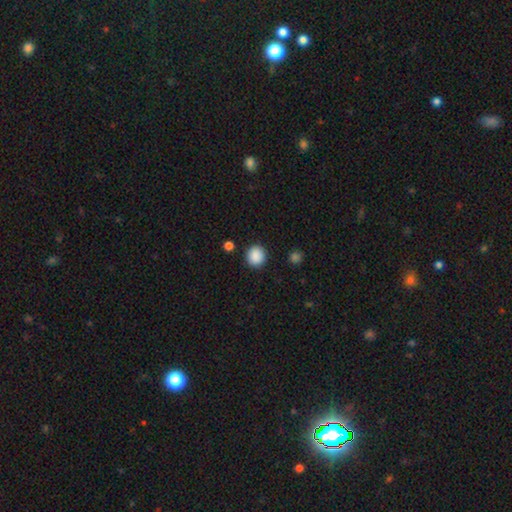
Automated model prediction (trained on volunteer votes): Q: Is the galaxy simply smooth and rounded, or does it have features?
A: smooth — 89%.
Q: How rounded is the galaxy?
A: round — 88%.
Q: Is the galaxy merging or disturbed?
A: none — 90%.